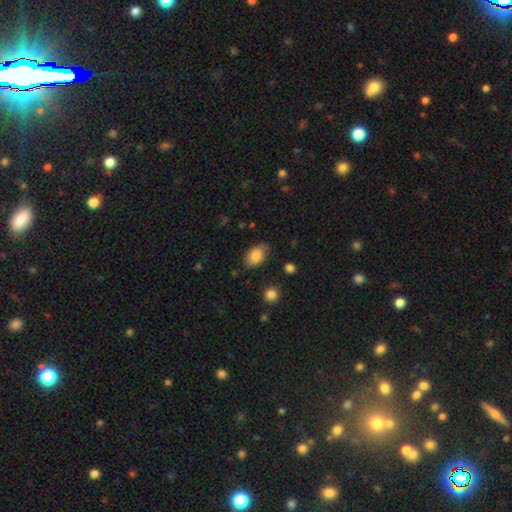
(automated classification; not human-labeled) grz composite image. It shows a smooth galaxy with no disk features (84%) that is in between round and cigar-shaped (85%). Merging: none (71%).